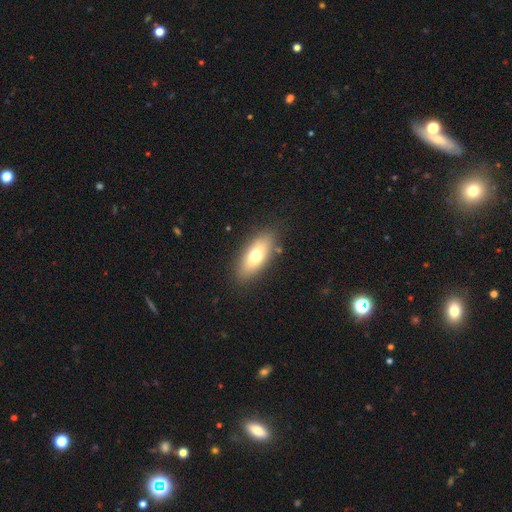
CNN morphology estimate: This is likely a smooth galaxy (69%). How rounded: likely in between (79%). Merging: clearly none (85%).